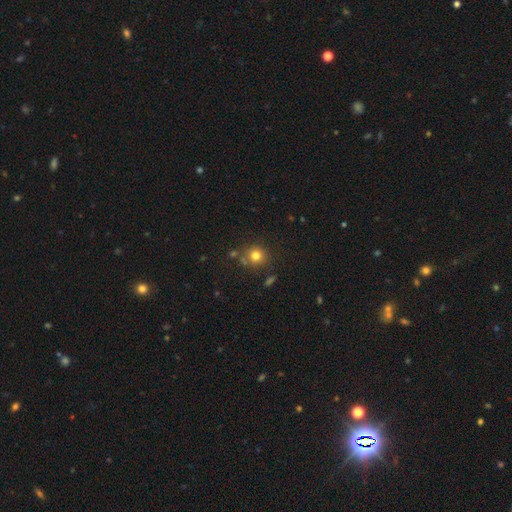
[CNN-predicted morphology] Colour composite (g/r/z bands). It shows a smooth galaxy with no disk features (77%) that is round (89%). Merging: none (76%).